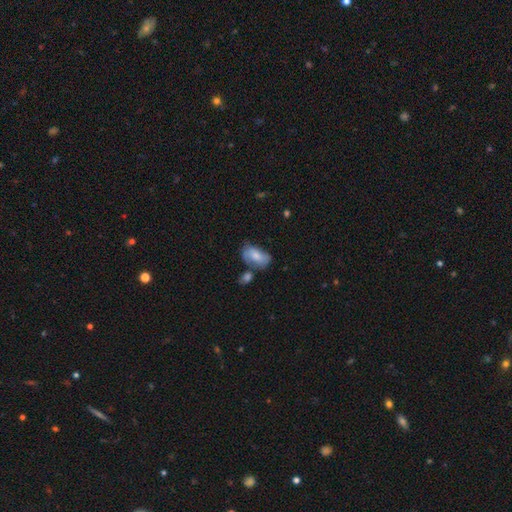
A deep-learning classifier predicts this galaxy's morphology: type=smooth (68%); roundness=in between (91%); merging=none (45%).